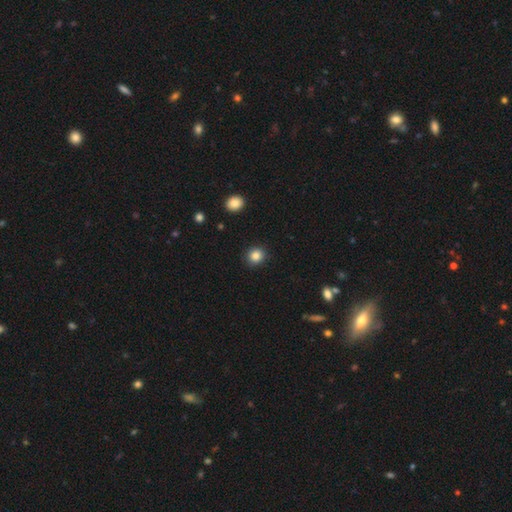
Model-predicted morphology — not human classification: A smooth galaxy with no disk features (85%) that is round (86%).

Vote fractions:
- Smooth or featured? smooth: 85% / star or artifact: 10% / featured or disk: 4%
- How rounded? round: 86% / in between: 13% / cigar-shaped: 1%
- Merging? none: 91% / minor disturbance: 6% / major disturbance: 2% / merger: 1%